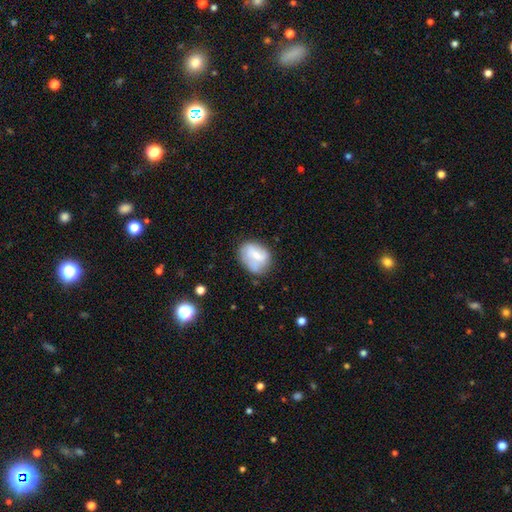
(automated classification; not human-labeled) Q: Smooth or featured?
A: smooth (51%); runner-up: featured or disk (42%)
Q: How rounded?
A: in between (65%); runner-up: round (34%)
Q: Merging?
A: none (53%); runner-up: minor disturbance (29%)